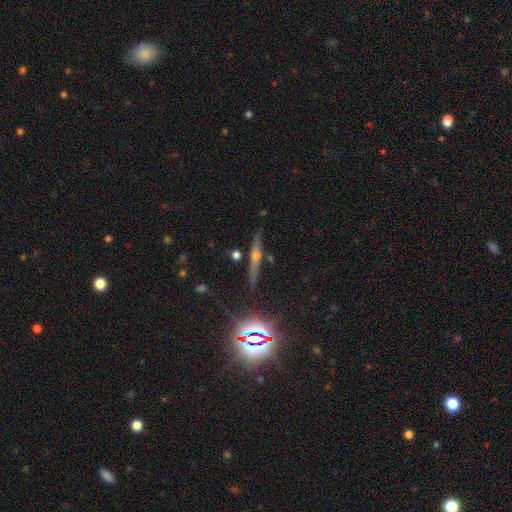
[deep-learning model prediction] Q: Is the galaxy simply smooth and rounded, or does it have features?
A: featured or disk — 59%.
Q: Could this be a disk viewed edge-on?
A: yes — 95%.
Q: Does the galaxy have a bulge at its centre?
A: rounded — 84%.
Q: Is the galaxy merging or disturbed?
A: none — 85%.